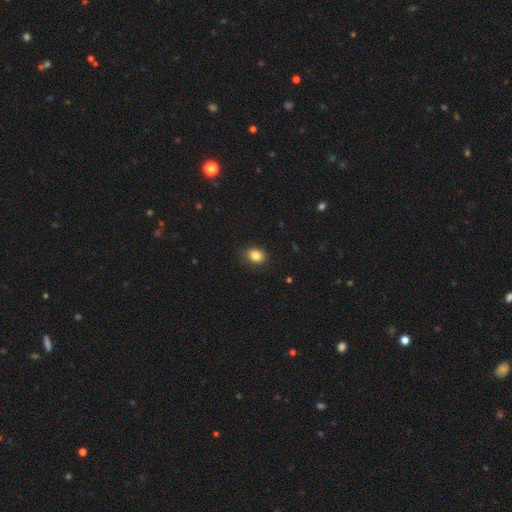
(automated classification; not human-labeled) The model was most divided on "how rounded": in between: 59%, round: 41%, cigar-shaped: 1%. More confident: merging — none (86%); smooth or featured — smooth (85%).